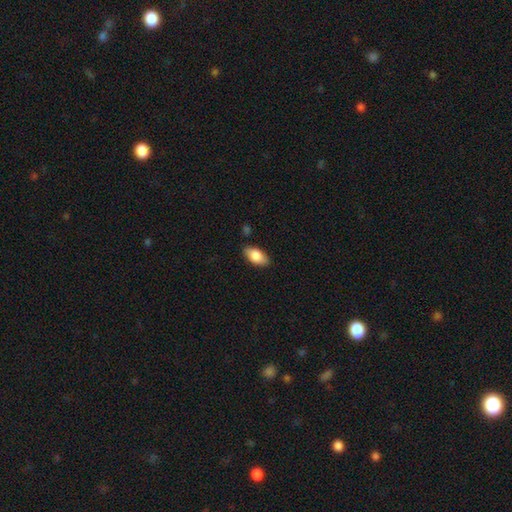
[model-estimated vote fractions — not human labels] A smooth galaxy with no disk features (83%) that is in between round and cigar-shaped (92%). Merging: none (85%).